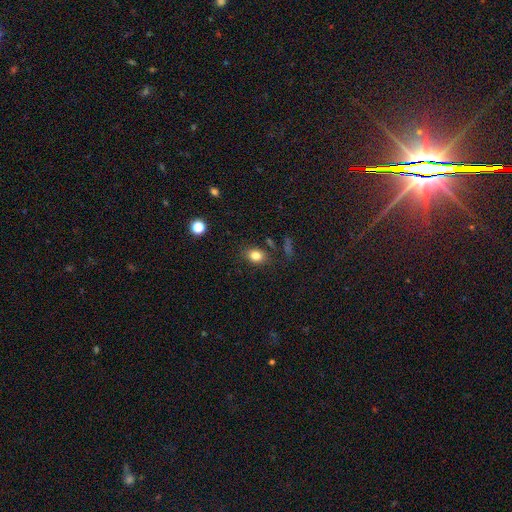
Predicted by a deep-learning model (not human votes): Overall: smooth (82%). How rounded: in between (65%; round 33%). Merging: none (81%).